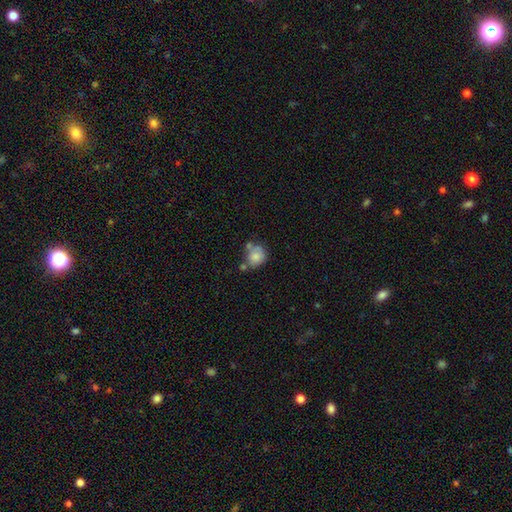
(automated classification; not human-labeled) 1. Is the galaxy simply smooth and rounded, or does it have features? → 77% smooth, 15% featured or disk, 9% star or artifact.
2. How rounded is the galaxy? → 76% round, 23% in between, 1% cigar-shaped.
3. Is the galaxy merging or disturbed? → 43% none, 27% merger, 21% minor disturbance, 8% major disturbance.